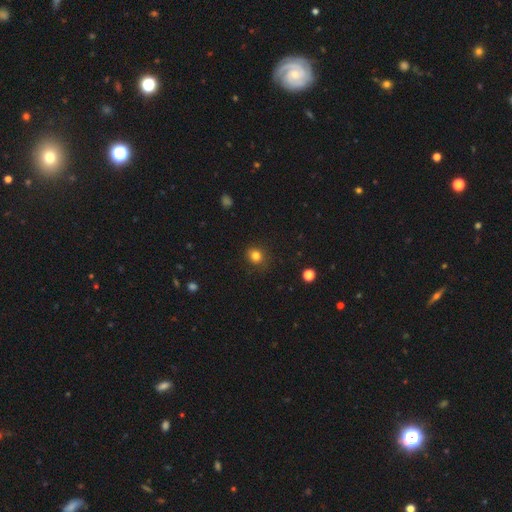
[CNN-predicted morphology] Smooth or featured? smooth (82%)
How rounded? round (80%)
Merging? none (85%)